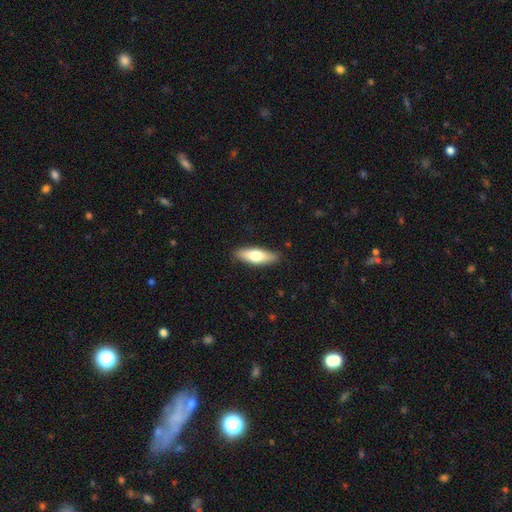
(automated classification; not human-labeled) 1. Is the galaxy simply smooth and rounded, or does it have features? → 66% smooth, 29% featured or disk, 5% star or artifact.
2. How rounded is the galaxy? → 49% in between (tied), 49% cigar-shaped (tied), 2% round.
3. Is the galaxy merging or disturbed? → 87% none, 10% minor disturbance, 2% major disturbance, 1% merger.